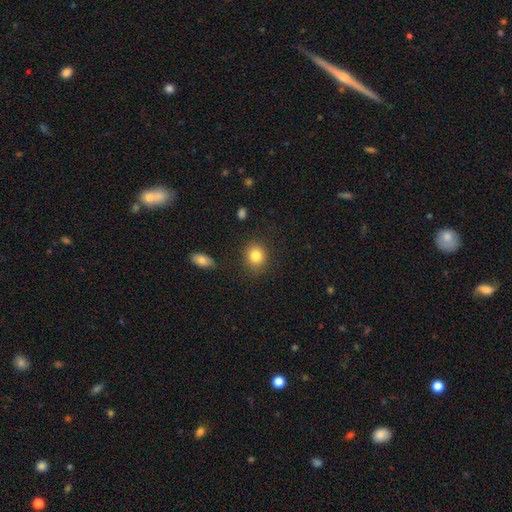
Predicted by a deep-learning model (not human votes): smooth-or-featured: smooth: 84% | star or artifact: 10% | featured or disk: 7%
  how-rounded: round: 74% | in between: 25% | cigar-shaped: 1%
  merging: none: 86% | minor disturbance: 9% | major disturbance: 3% | merger: 2%